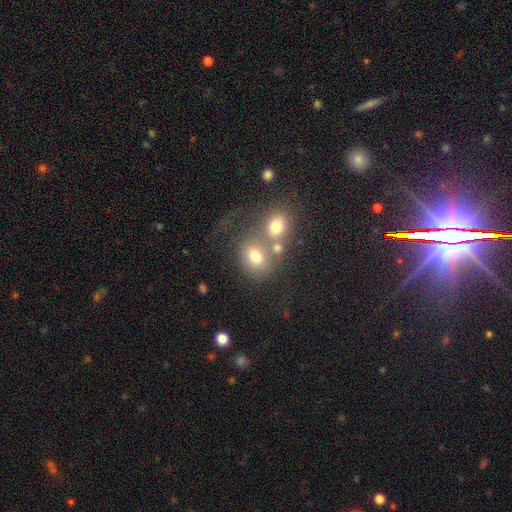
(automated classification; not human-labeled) Smooth or featured? smooth (67%)
How rounded? round (62%)
Merging? merger (48%)